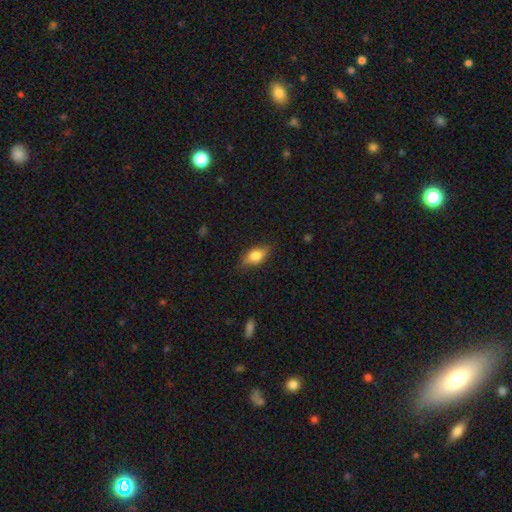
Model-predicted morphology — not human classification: The model was most divided on "smooth or featured": smooth: 75%, featured or disk: 18%, star or artifact: 8%. More confident: how rounded — in between (83%); merging — none (76%).